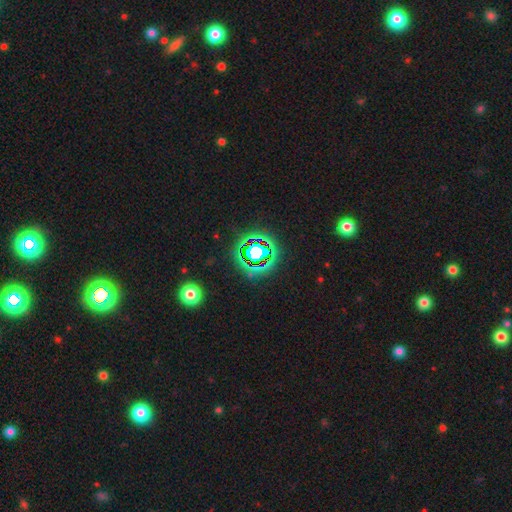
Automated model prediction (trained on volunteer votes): Q: Smooth or featured?
A: star or artifact (76%); runner-up: smooth (13%)